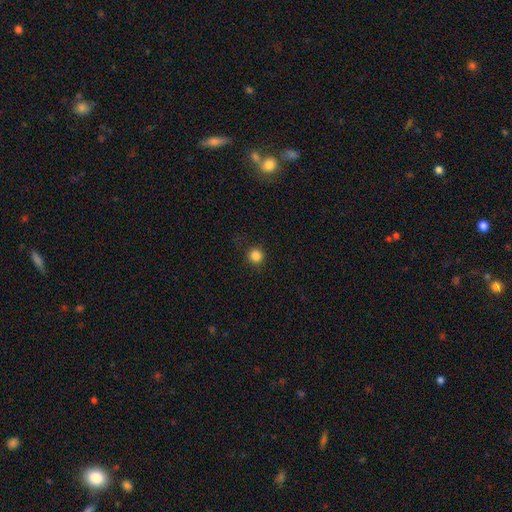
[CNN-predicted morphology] type=smooth (85%); roundness=round (94%); merging=none (90%).